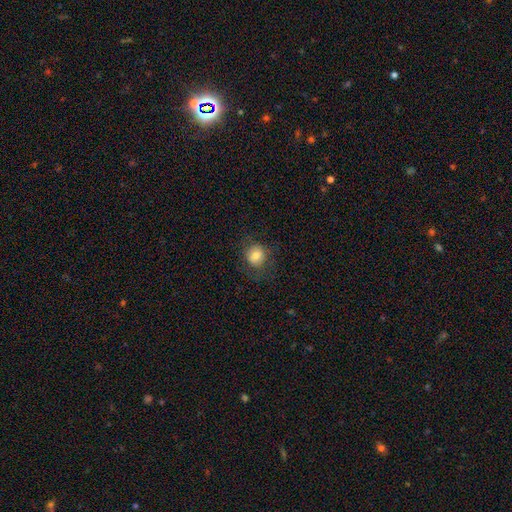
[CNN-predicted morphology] smooth 78%, featured or disk 12%, star or artifact 10%. Down the decision tree: how rounded — round (81%); merging — none (78%).